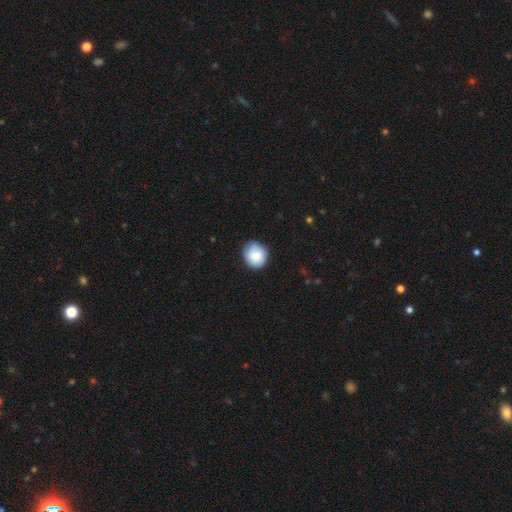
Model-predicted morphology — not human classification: type=smooth (77%); roundness=round (81%); merging=none (80%).